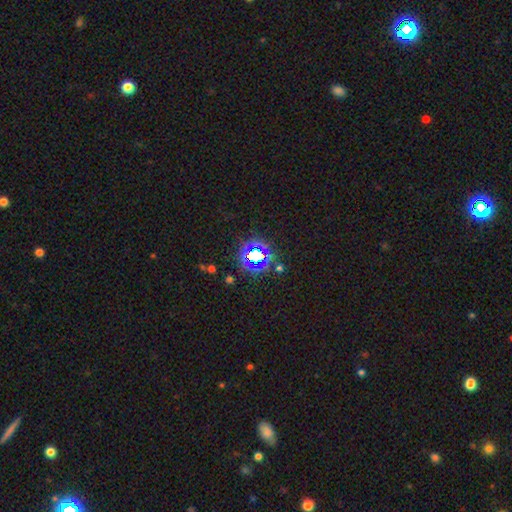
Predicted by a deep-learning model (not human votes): Morphology: type=star or artifact (73%).